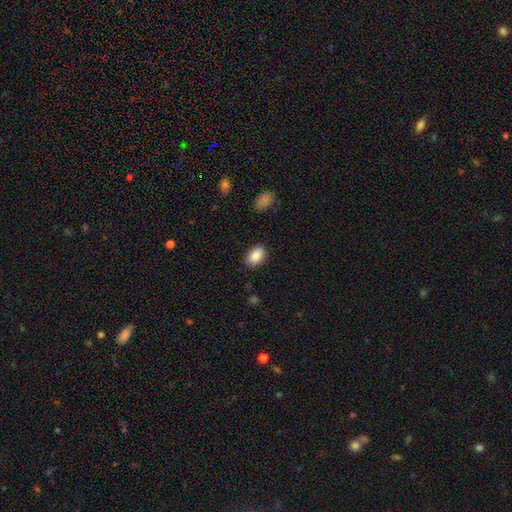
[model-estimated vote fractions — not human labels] This is clearly a smooth galaxy (88%). How rounded: clearly in between (88%). Merging: clearly none (87%).